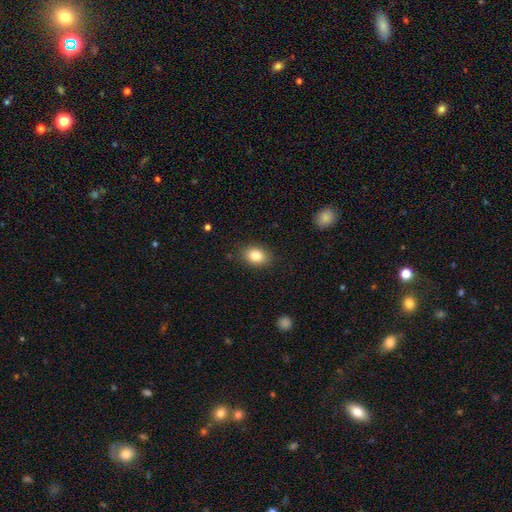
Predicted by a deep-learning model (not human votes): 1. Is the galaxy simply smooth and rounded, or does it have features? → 83% smooth, 9% star or artifact, 8% featured or disk.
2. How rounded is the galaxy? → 69% in between, 30% round, 1% cigar-shaped.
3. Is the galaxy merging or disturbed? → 87% none, 10% minor disturbance, 2% major disturbance, 1% merger.